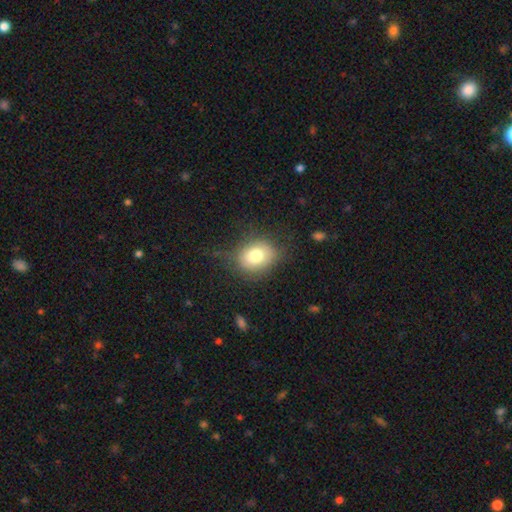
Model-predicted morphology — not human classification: Smooth or featured?
  - smooth: 75% *
  - featured or disk: 15%
  - star or artifact: 10%
How rounded?
  - round: 50% *
  - in between: 49%
  - cigar-shaped: 1%
Merging?
  - none: 70% *
  - minor disturbance: 19%
  - major disturbance: 10%
  - merger: 1%